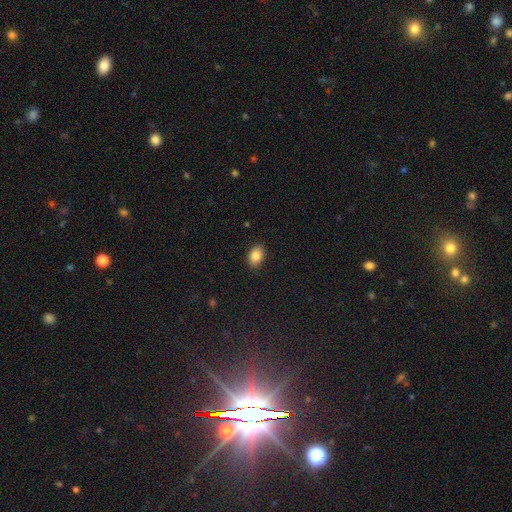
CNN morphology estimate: Smooth or featured? Predicted: smooth (p=0.86). How rounded? Predicted: in between (p=0.75). Merging? Predicted: none (p=0.88).